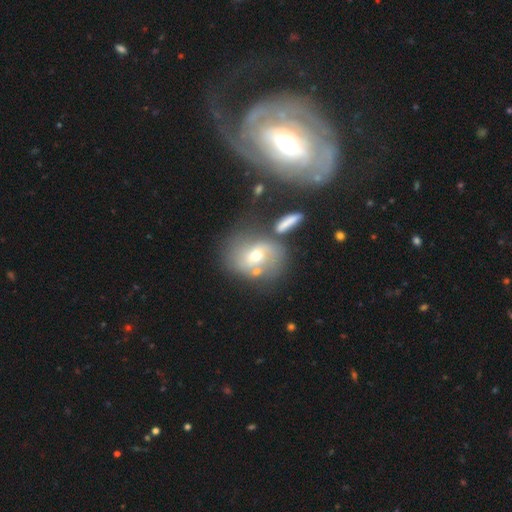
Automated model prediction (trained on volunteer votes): Smooth or featured?
  - featured or disk: 47% *
  - smooth: 41%
  - star or artifact: 12%
Merging?
  - none: 52% *
  - merger: 19%
  - minor disturbance: 18%
  - major disturbance: 10%